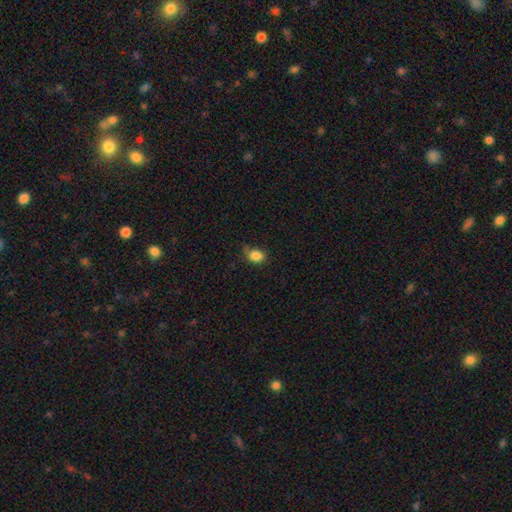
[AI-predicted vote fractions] This is clearly a smooth galaxy (84%). How rounded: possibly in between (52%). Merging: likely none (64%).